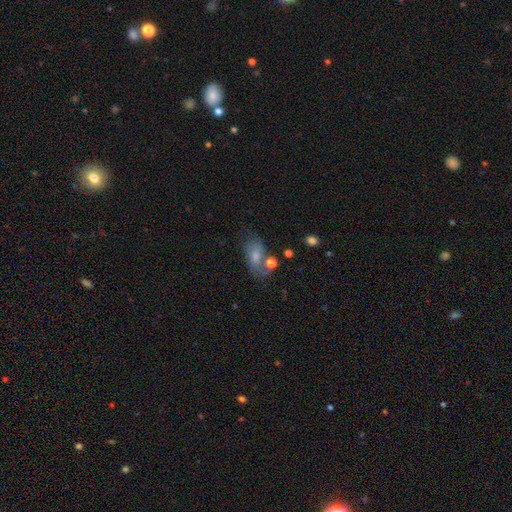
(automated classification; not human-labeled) smooth 58%, featured or disk 31%, star or artifact 11%. Down the decision tree: how rounded — in between (85%); merging — none (50%).